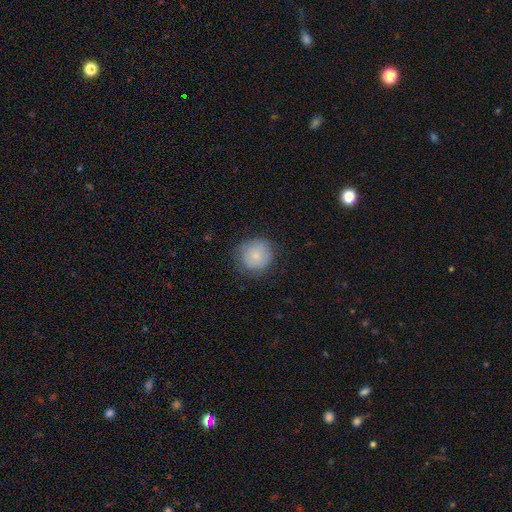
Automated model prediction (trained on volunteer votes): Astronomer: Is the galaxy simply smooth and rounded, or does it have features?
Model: smooth — 81%.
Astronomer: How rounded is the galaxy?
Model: round — 89%.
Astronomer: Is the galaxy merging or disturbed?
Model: none — 75%.